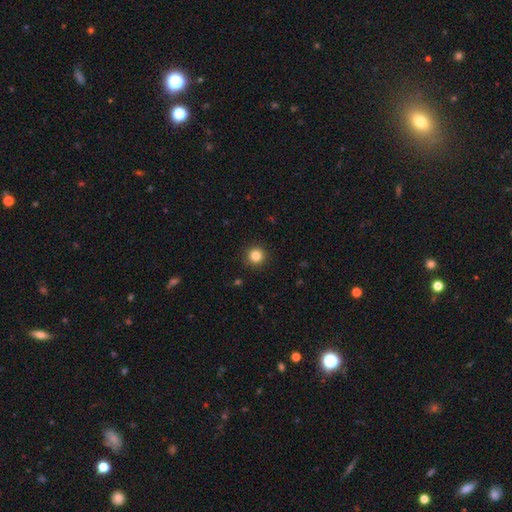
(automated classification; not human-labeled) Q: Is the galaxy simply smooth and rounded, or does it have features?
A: smooth — 84%.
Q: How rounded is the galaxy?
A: round — 96%.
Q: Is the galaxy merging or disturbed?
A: none — 92%.